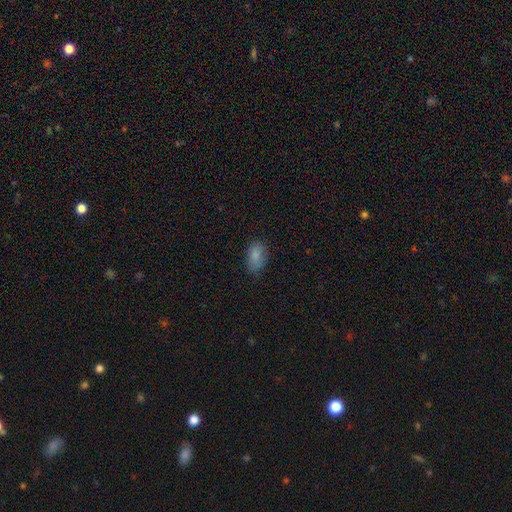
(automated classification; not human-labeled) smooth-or-featured: smooth: 83% | star or artifact: 10% | featured or disk: 7%
  how-rounded: in between: 90% | round: 8% | cigar-shaped: 2%
  merging: none: 71% | minor disturbance: 22% | major disturbance: 6% | merger: 1%